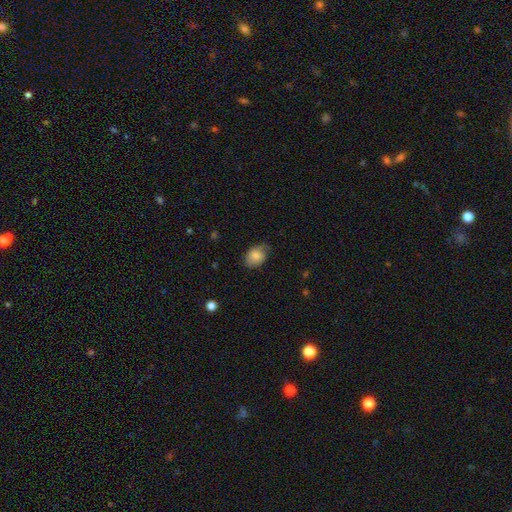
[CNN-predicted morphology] A smooth galaxy with no disk features (76%) that is in between round and cigar-shaped (71%).

Vote fractions:
- Smooth or featured? smooth: 76% / featured or disk: 17% / star or artifact: 8%
- How rounded? in between: 71% / round: 28% / cigar-shaped: 1%
- Merging? none: 58% / minor disturbance: 31% / major disturbance: 10% / merger: 1%